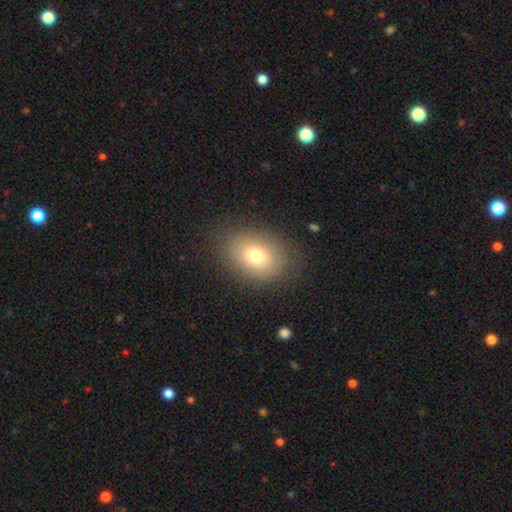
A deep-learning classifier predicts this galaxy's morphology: type=smooth (73%); roundness=in between (65%); merging=none (82%).